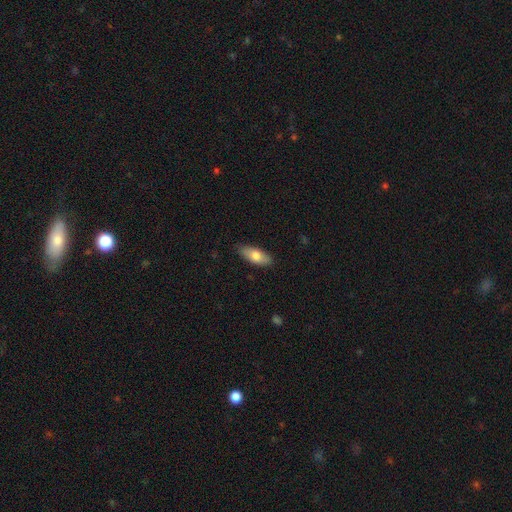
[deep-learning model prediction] This appears to be a smooth galaxy with no disk features (76%) that is in between round and cigar-shaped (79%). Merging: none (86%).